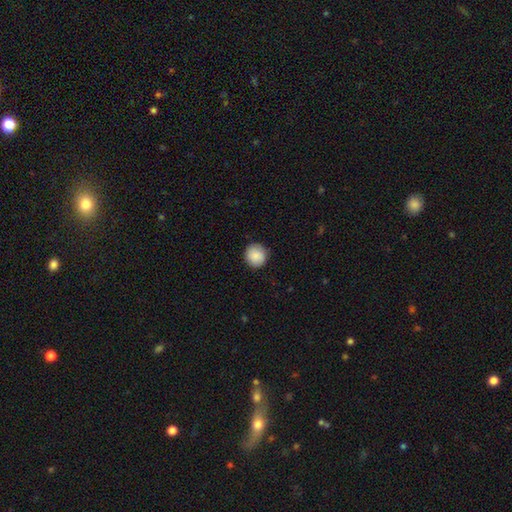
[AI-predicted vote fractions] This appears to be a smooth galaxy with no disk features (88%) that is round (91%). Merging: none (88%).